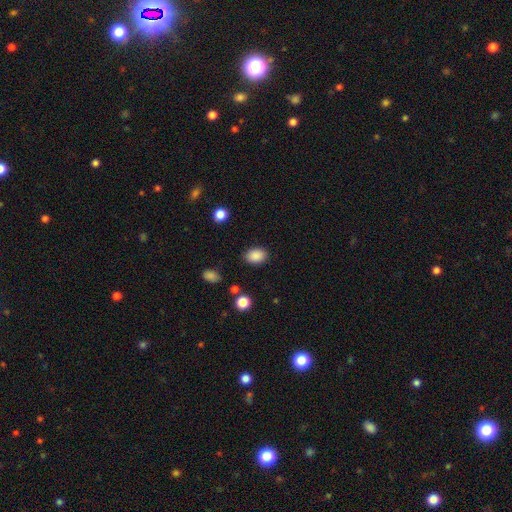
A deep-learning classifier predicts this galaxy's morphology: smooth-or-featured: smooth: 88% | star or artifact: 8% | featured or disk: 3%
  how-rounded: in between: 76% | round: 23% | cigar-shaped: 1%
  merging: none: 86% | minor disturbance: 9% | major disturbance: 3% | merger: 2%